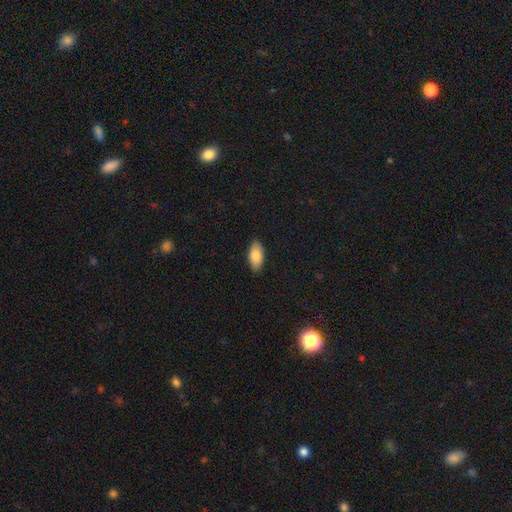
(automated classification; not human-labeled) Smooth or featured? smooth (85%)
How rounded? in between (92%)
Merging? none (88%)